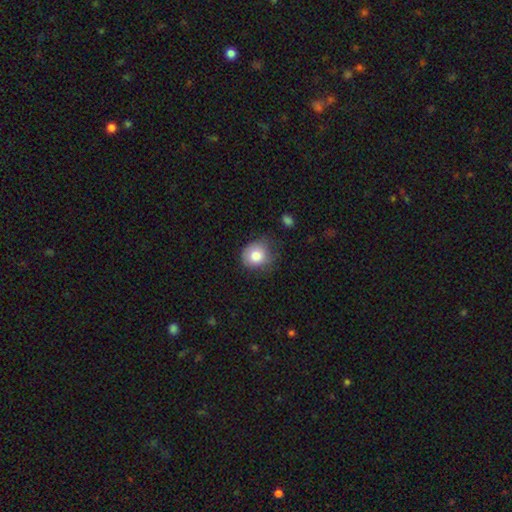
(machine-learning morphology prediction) A smooth galaxy with no disk features (79%) that is round (77%). Merging: none (59%).